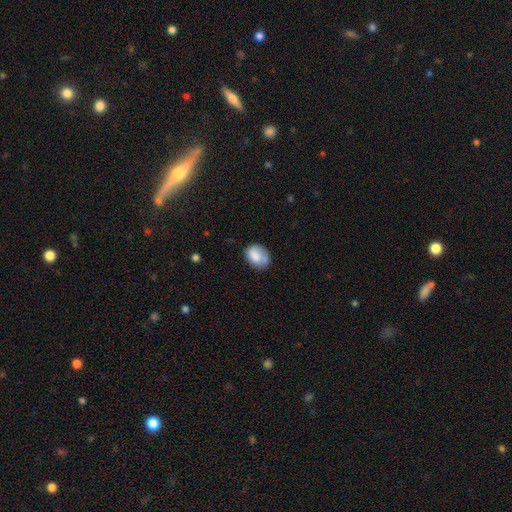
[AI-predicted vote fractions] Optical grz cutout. It shows a smooth galaxy with no disk features (78%) that is in between round and cigar-shaped (66%). Merging: none (54%).